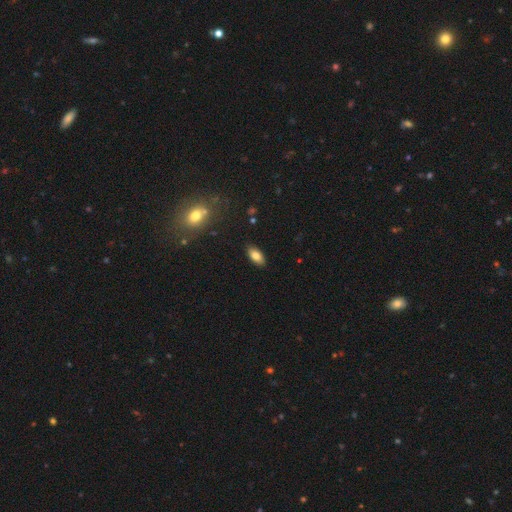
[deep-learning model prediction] Smooth or featured? Predicted: smooth (p=0.81). How rounded? Predicted: in between (p=0.89). Merging? Predicted: none (p=0.88).